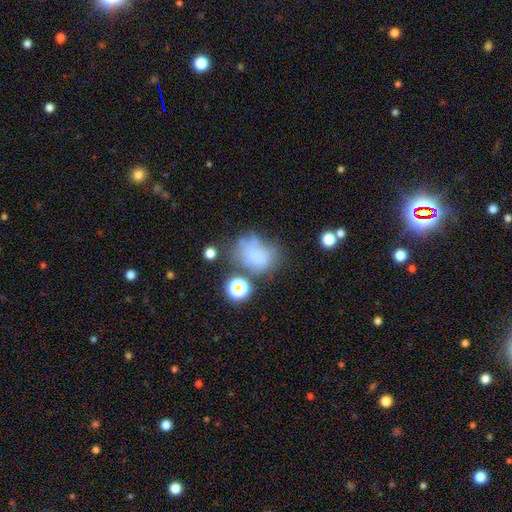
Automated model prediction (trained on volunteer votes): smooth 56%, featured or disk 25%, star or artifact 19%. Down the decision tree: how rounded — in between (58%); merging — none (37%).